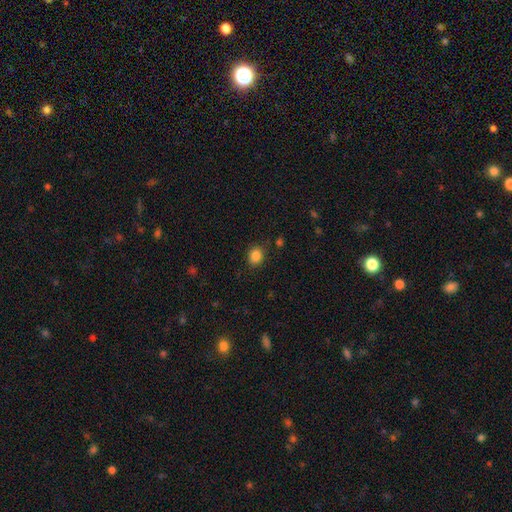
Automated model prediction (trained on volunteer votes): Smooth or featured? smooth (85%)
How rounded? round (64%)
Merging? none (85%)